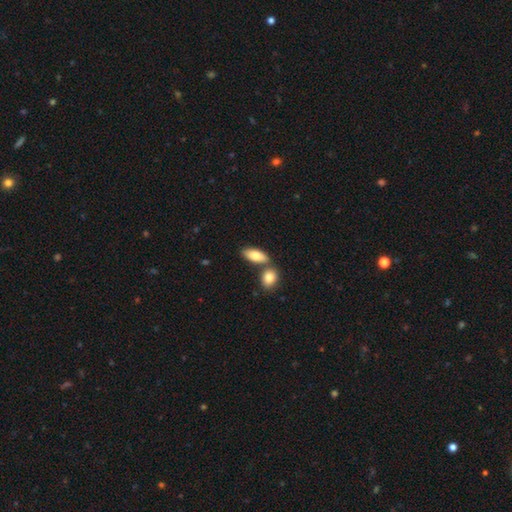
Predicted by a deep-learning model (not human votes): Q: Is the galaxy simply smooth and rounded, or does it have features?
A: smooth — 80%.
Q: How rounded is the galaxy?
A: in between — 85%.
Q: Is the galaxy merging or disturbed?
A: none — 56%.